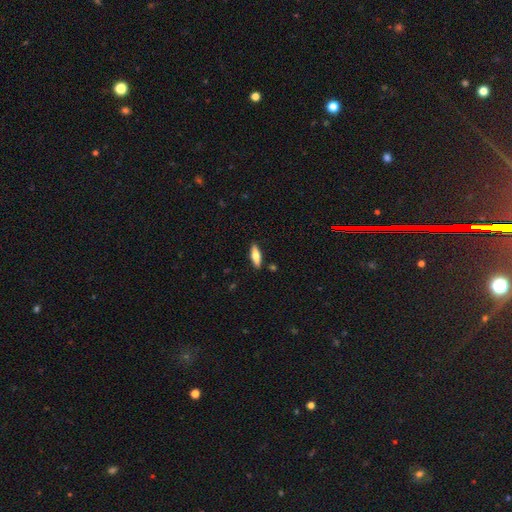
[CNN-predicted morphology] Smooth or featured? smooth (68%)
How rounded? in between (54%)
Merging? none (87%)